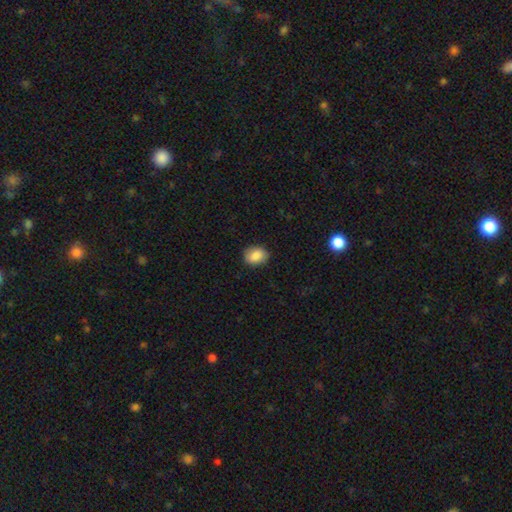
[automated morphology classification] smooth-or-featured: smooth: 85% | star or artifact: 8% | featured or disk: 7%
  how-rounded: in between: 66% | round: 33% | cigar-shaped: 1%
  merging: none: 86% | minor disturbance: 11% | major disturbance: 2% | merger: 1%